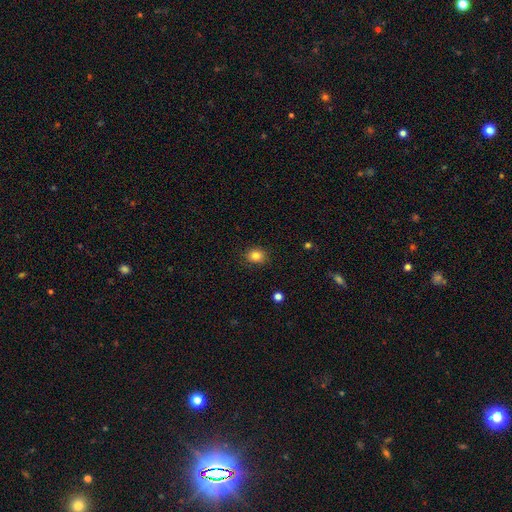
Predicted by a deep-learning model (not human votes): The model was most divided on "how rounded": round: 68%, in between: 32%, cigar-shaped: 1%. More confident: merging — none (88%); smooth or featured — smooth (83%).